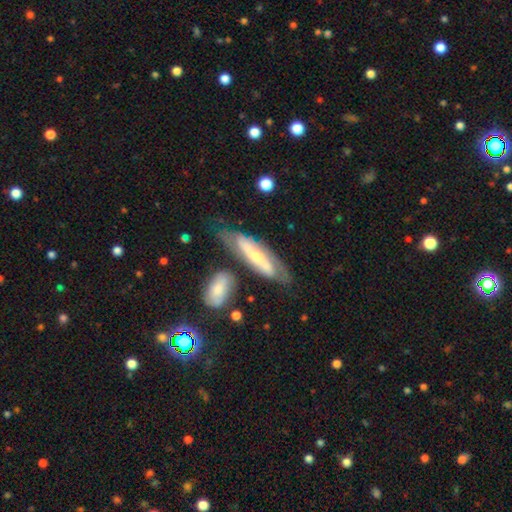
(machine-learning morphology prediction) Smooth or featured: featured or disk — 70% (smooth — 24%)
Edge-on disk: no — 71% (yes — 29%)
Merging: none — 63% (minor disturbance — 20%)